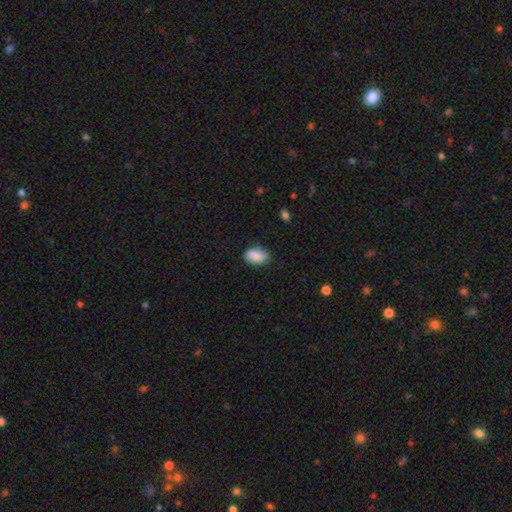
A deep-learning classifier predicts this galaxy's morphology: Smooth or featured?
  - smooth: 86% *
  - star or artifact: 7%
  - featured or disk: 6%
How rounded?
  - in between: 89% *
  - round: 9%
  - cigar-shaped: 2%
Merging?
  - none: 71% *
  - minor disturbance: 24%
  - major disturbance: 4%
  - merger: 2%